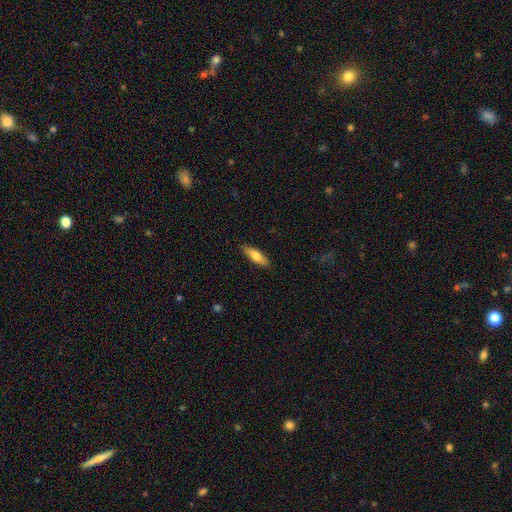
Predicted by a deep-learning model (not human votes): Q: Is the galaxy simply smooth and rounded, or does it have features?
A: smooth — 74%.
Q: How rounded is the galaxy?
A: cigar-shaped — 52%.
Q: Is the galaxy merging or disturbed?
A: none — 87%.